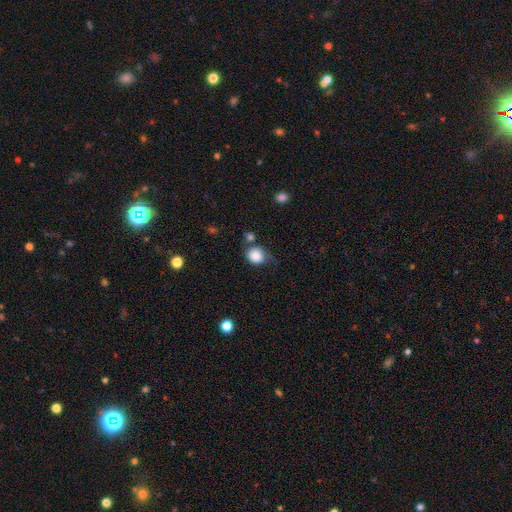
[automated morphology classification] Q: Smooth or featured?
A: smooth (84%); runner-up: star or artifact (9%)
Q: How rounded?
A: round (73%); runner-up: in between (26%)
Q: Merging?
A: none (45%); runner-up: minor disturbance (30%)